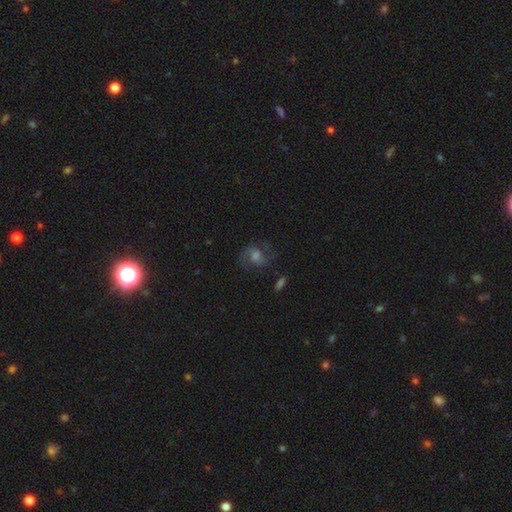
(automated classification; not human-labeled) Morphology: type=featured or disk (68%); edge-on=no (97%); bar=no (54%); spiral arms=yes (93%); winding=medium (54%); arm count=2 (77%); bulge=moderate (48%); merging=none (72%).